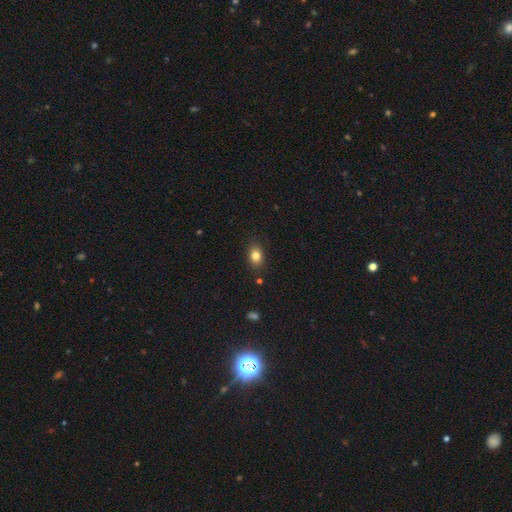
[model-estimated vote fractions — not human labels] A smooth galaxy with no disk features (80%) that is in between round and cigar-shaped (70%).

Vote fractions:
- Smooth or featured? smooth: 80% / star or artifact: 10% / featured or disk: 9%
- How rounded? in between: 70% / round: 28% / cigar-shaped: 2%
- Merging? none: 83% / minor disturbance: 13% / major disturbance: 3% / merger: 2%